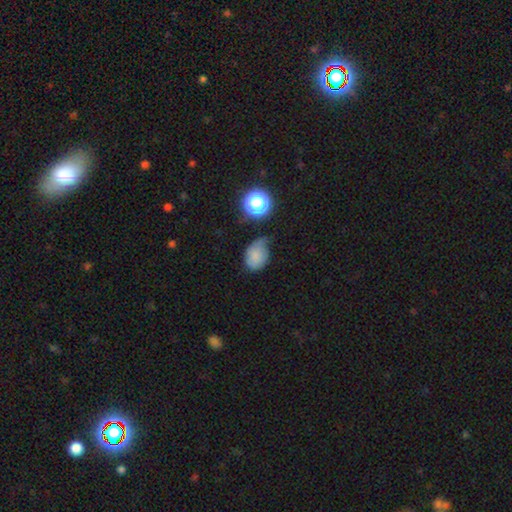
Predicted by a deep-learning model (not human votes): Smooth or featured? Predicted: smooth (p=0.73). How rounded? Predicted: in between (p=0.60). Merging? Predicted: minor disturbance (p=0.41).